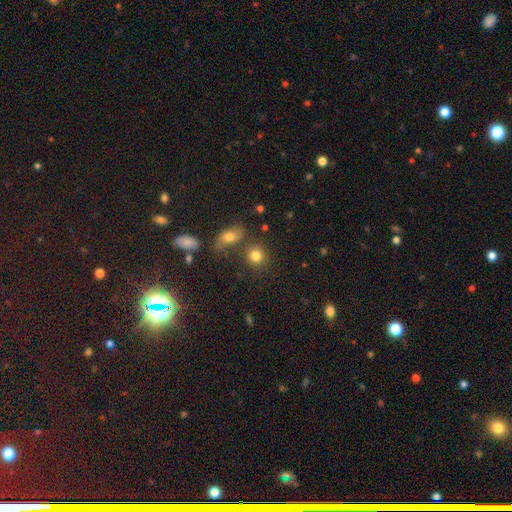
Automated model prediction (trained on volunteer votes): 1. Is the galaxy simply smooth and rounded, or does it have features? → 81% smooth, 11% star or artifact, 8% featured or disk.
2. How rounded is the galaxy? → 79% round, 20% in between, 2% cigar-shaped.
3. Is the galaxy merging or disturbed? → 71% none, 14% merger, 10% minor disturbance, 4% major disturbance.